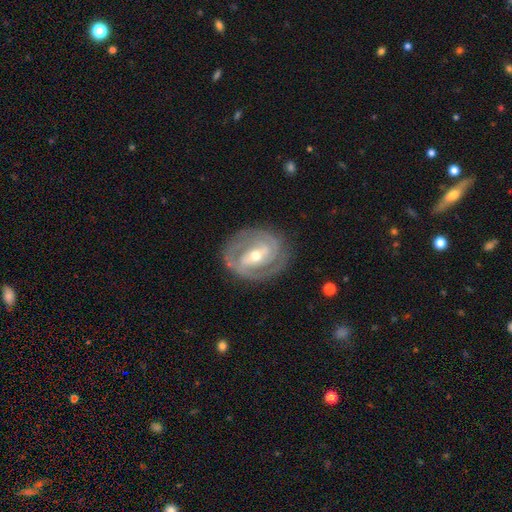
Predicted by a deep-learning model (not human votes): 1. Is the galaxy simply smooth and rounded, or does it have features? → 88% featured or disk, 7% smooth, 4% star or artifact.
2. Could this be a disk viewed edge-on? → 97% no, 3% yes.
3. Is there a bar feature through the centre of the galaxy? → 42% strong, 38% weak, 20% no.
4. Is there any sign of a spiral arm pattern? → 95% yes, 5% no.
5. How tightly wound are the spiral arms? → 65% tight, 29% medium, 6% loose.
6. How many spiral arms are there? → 70% 2, 12% 3, 10% can't tell, 3% 1, 2% 4, 2% more than 4.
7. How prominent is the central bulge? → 58% moderate, 38% small, 2% large, 1% none, 1% dominant.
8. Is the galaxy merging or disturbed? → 81% none, 13% minor disturbance, 5% major disturbance, 1% merger.